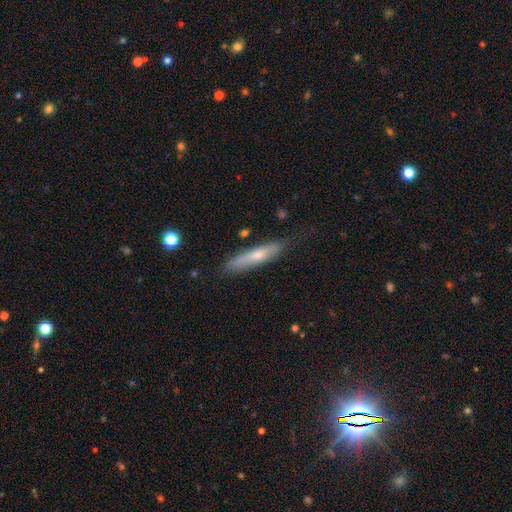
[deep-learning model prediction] A smooth galaxy with no disk features (54%) that is cigar-shaped (88%).

Vote fractions:
- Smooth or featured? smooth: 54% / featured or disk: 39% / star or artifact: 7%
- How rounded? cigar-shaped: 88% / in between: 10% / round: 2%
- Merging? none: 73% / minor disturbance: 21% / major disturbance: 4% / merger: 2%